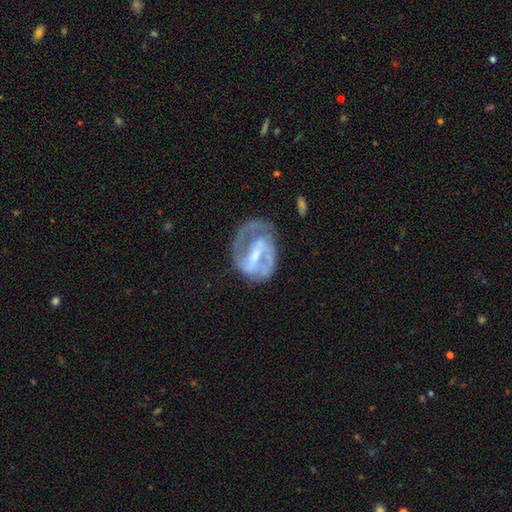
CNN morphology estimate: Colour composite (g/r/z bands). It shows a featured or disk galaxy (80%) with a strong bar (46%), 2 (65%) medium (44%) spiral arms (83%) and a small central bulge (46%). Merging: none (53%).